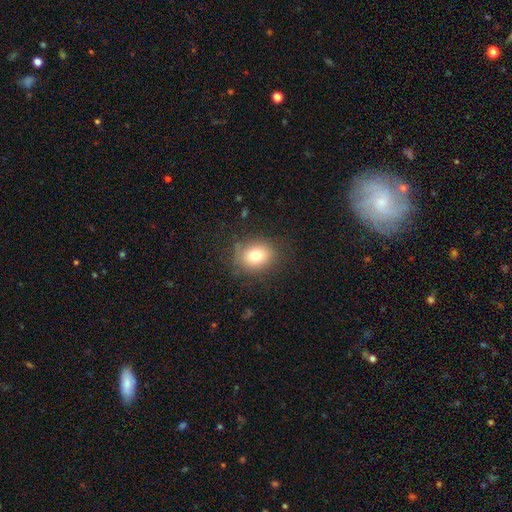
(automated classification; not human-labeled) A smooth galaxy with no disk features (76%) that is round (56%).

Vote fractions:
- Smooth or featured? smooth: 76% / star or artifact: 12% / featured or disk: 11%
- How rounded? round: 56% / in between: 43% / cigar-shaped: 1%
- Merging? none: 81% / minor disturbance: 13% / major disturbance: 5% / merger: 1%